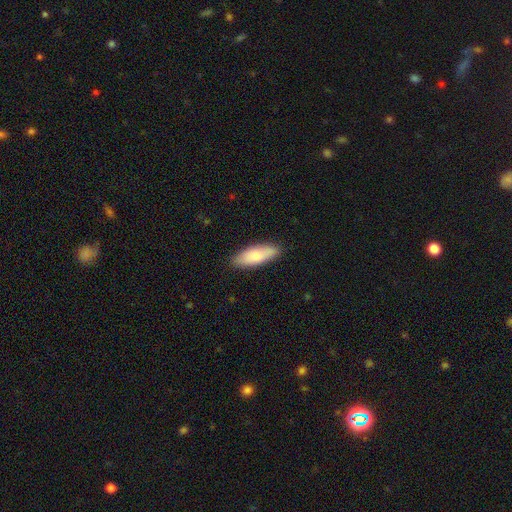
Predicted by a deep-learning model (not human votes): Morphology: type=smooth (82%); roundness=in between (64%); merging=none (87%).